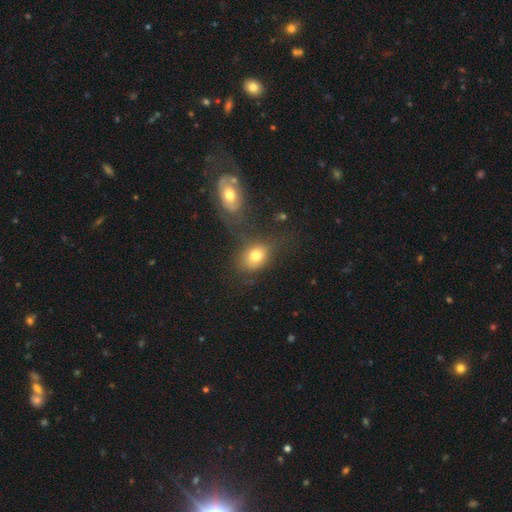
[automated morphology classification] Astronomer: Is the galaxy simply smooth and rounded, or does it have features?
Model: smooth — 75%.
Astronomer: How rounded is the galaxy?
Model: in between — 64%.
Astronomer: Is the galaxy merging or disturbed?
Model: none — 50%.